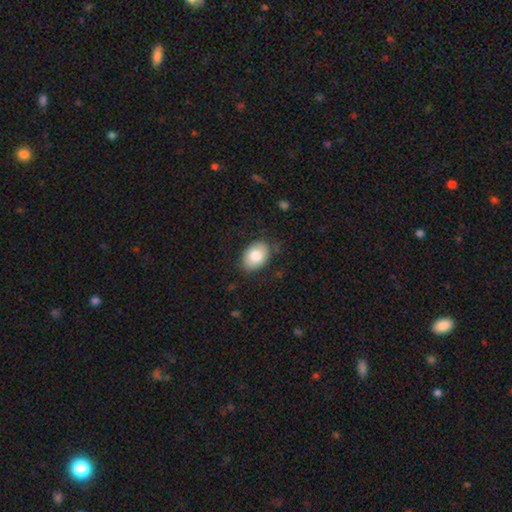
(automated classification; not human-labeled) Q: Smooth or featured?
A: smooth (80%); runner-up: featured or disk (14%)
Q: How rounded?
A: in between (78%); runner-up: round (21%)
Q: Merging?
A: none (80%); runner-up: minor disturbance (15%)